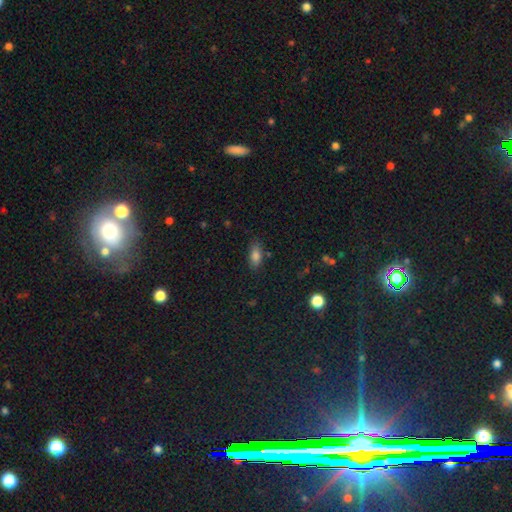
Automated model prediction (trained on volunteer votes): A smooth galaxy with no disk features (81%) that is in between round and cigar-shaped (86%).

Vote fractions:
- Smooth or featured? smooth: 81% / star or artifact: 11% / featured or disk: 8%
- How rounded? in between: 86% / cigar-shaped: 9% / round: 5%
- Merging? none: 79% / minor disturbance: 15% / major disturbance: 4% / merger: 2%